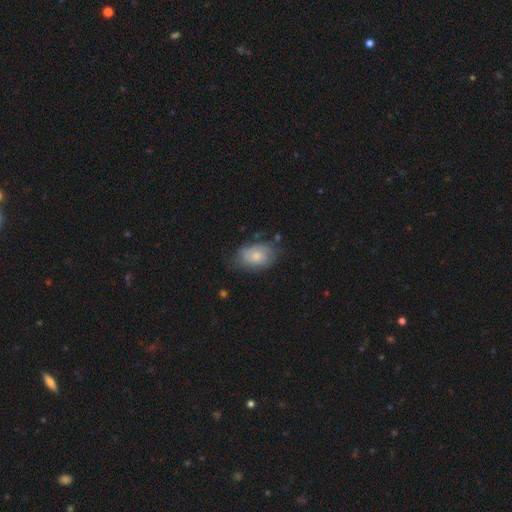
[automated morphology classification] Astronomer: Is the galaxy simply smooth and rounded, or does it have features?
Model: smooth — 56% (runner-up: featured or disk, 37%).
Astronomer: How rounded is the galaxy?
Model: in between — 86%.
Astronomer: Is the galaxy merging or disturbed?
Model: none — 59%.